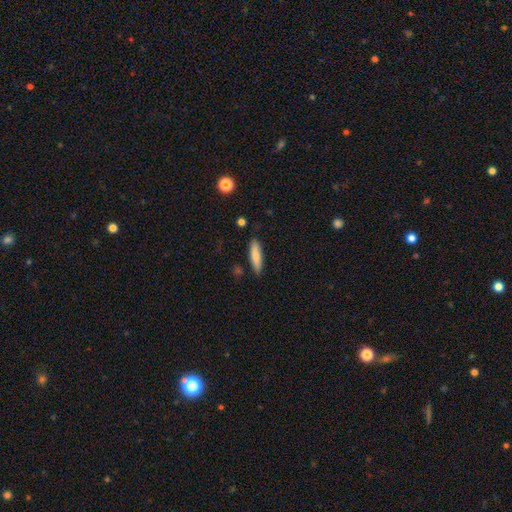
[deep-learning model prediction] Smooth or featured? smooth (78%)
How rounded? cigar-shaped (72%)
Merging? none (86%)